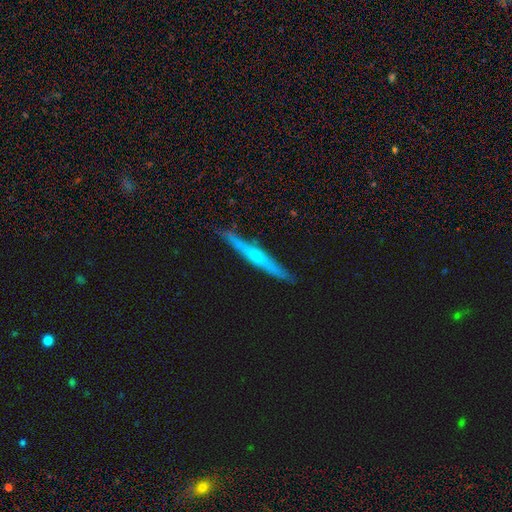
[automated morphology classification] A featured or disk galaxy (55%) viewed edge-on (96%) with no central bulge (51%).

Vote fractions:
- Smooth or featured? featured or disk: 55% / smooth: 39% / star or artifact: 6%
- Edge-on disk? yes: 96% / no: 4%
- Edge-on bulge? none: 51% / rounded: 37% / boxy: 12%
- Merging? none: 87% / minor disturbance: 10% / major disturbance: 2% / merger: 2%